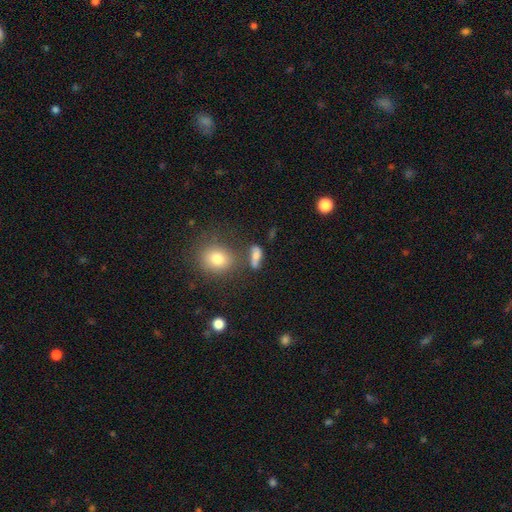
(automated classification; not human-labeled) This is likely a smooth galaxy (65%). How rounded: possibly in between (57%). Merging: possibly none (56%).